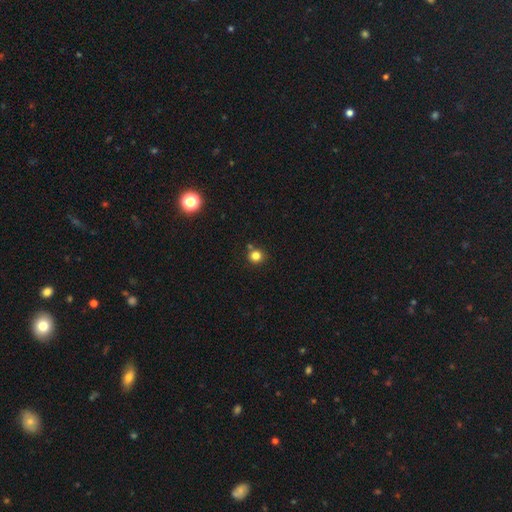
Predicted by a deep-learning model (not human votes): Smooth or featured? smooth (81%)
How rounded? round (91%)
Merging? none (79%)